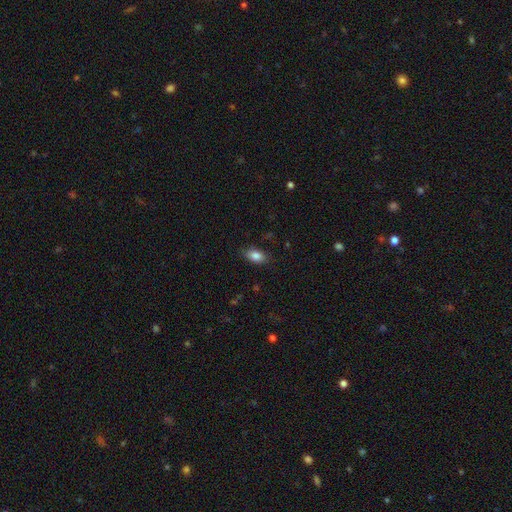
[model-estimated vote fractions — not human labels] Smooth or featured? smooth (85%)
How rounded? in between (90%)
Merging? none (84%)